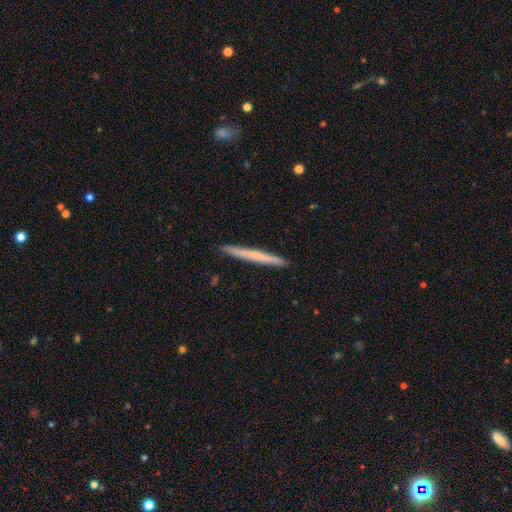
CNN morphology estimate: A smooth galaxy with no disk features (53%) that is cigar-shaped (97%).

Vote fractions:
- Smooth or featured? smooth: 53% / featured or disk: 42% / star or artifact: 5%
- How rounded? cigar-shaped: 97% / in between: 2% / round: 1%
- Merging? none: 93% / minor disturbance: 5% / major disturbance: 1% / merger: 1%